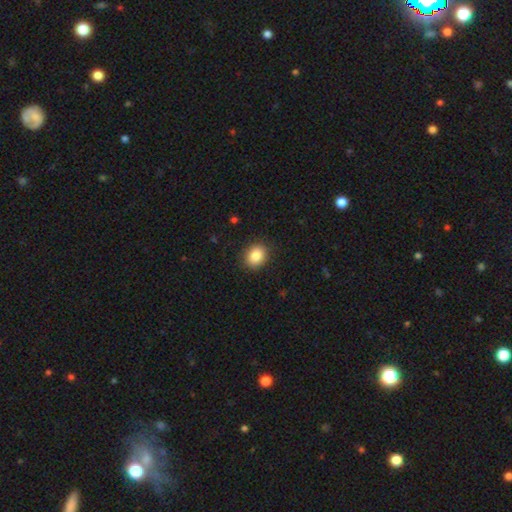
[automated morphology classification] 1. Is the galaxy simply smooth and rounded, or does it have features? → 85% smooth, 9% star or artifact, 6% featured or disk.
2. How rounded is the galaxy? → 57% round, 42% in between, 1% cigar-shaped.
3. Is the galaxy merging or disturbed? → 89% none, 8% minor disturbance, 2% major disturbance, 1% merger.